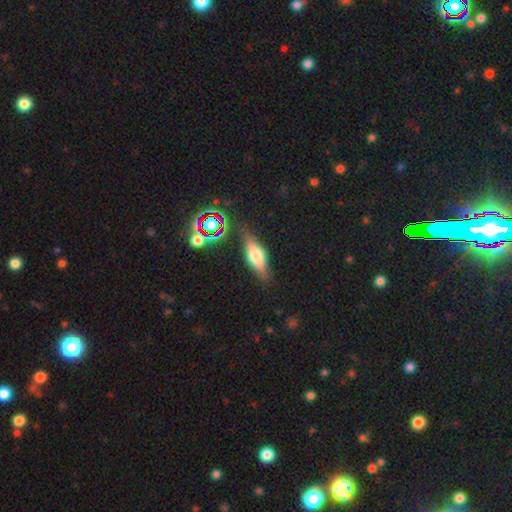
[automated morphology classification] Smooth or featured? Predicted: smooth (p=0.52). How rounded? Predicted: in between (p=0.59). Merging? Predicted: none (p=0.79).